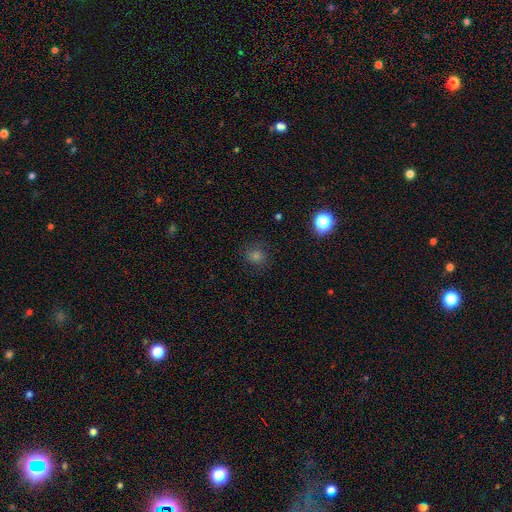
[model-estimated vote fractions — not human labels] Smooth or featured? smooth (66%)
How rounded? round (81%)
Merging? none (84%)